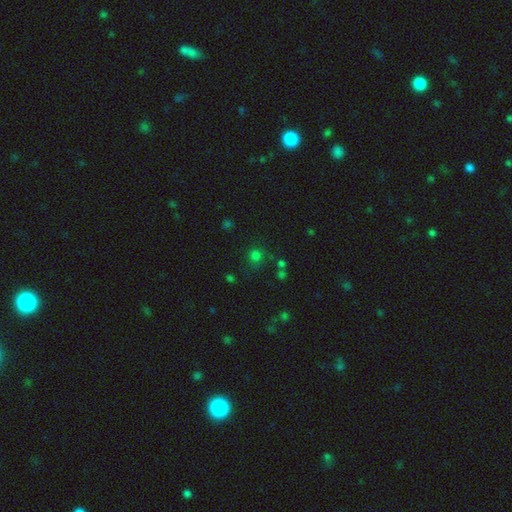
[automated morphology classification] smooth_or_featured: smooth (p=0.70) [alt: star or artifact p=0.24]
how_rounded: round (p=0.88) [alt: in between p=0.11]
merging: none (p=0.74) [alt: minor disturbance p=0.13]